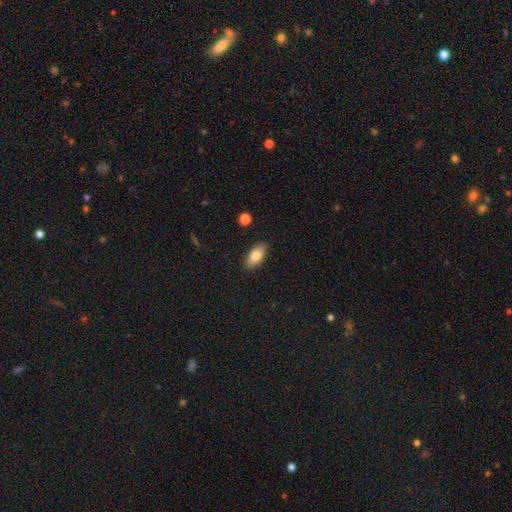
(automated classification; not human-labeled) Q: Smooth or featured?
A: smooth (80%); runner-up: featured or disk (13%)
Q: How rounded?
A: in between (85%); runner-up: cigar-shaped (12%)
Q: Merging?
A: none (88%); runner-up: minor disturbance (9%)